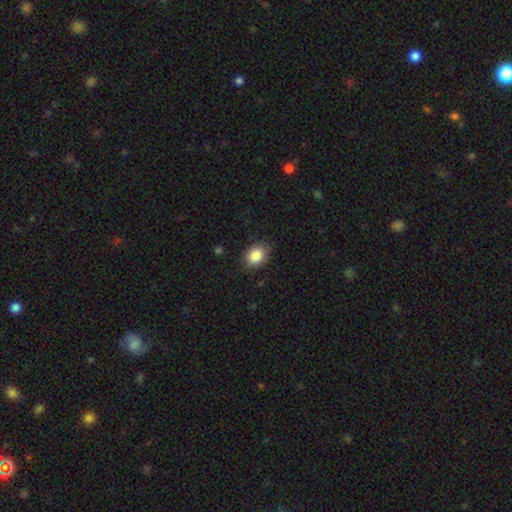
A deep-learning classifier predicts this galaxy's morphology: smooth 86%, star or artifact 8%, featured or disk 6%. Down the decision tree: how rounded — in between (61%); merging — none (83%).